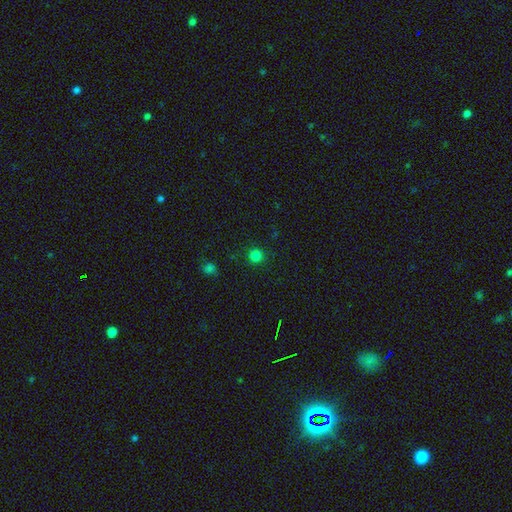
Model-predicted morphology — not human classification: Smooth or featured? smooth (81%)
How rounded? round (95%)
Merging? none (91%)